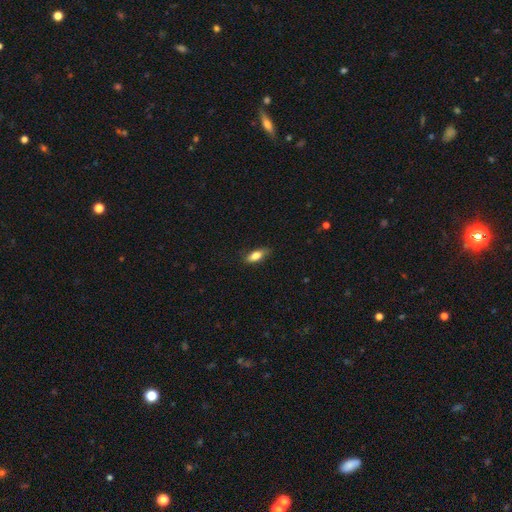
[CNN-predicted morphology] A smooth galaxy with no disk features (78%) that is in between round and cigar-shaped (77%). Merging: none (82%).